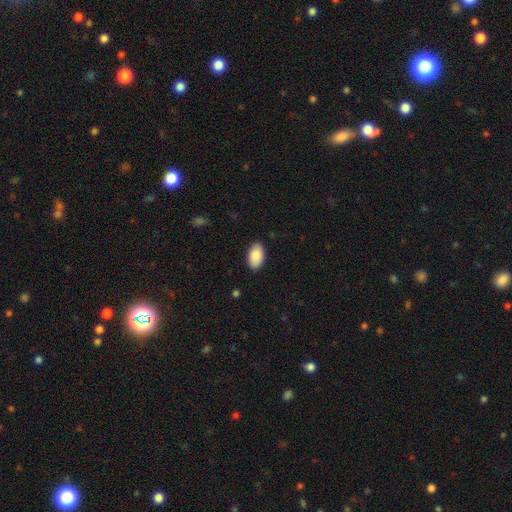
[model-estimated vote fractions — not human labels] The model was most divided on "smooth or featured": smooth: 85%, featured or disk: 9%, star or artifact: 6%. More confident: how rounded — in between (94%); merging — none (88%).